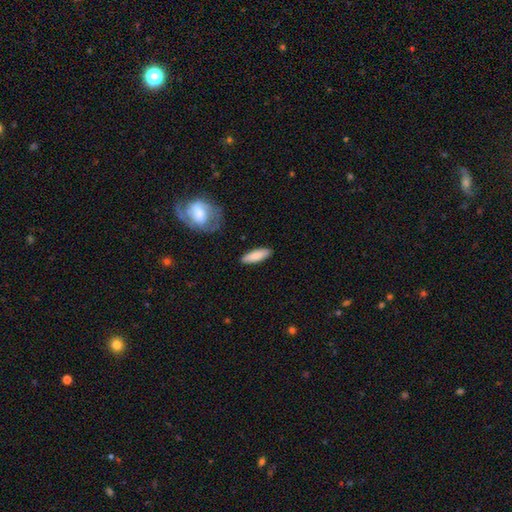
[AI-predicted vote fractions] A smooth galaxy with no disk features (82%) that is in between round and cigar-shaped (52%).

Vote fractions:
- Smooth or featured? smooth: 82% / featured or disk: 12% / star or artifact: 6%
- How rounded? in between: 52% / cigar-shaped: 46% / round: 2%
- Merging? none: 86% / minor disturbance: 10% / major disturbance: 2% / merger: 2%